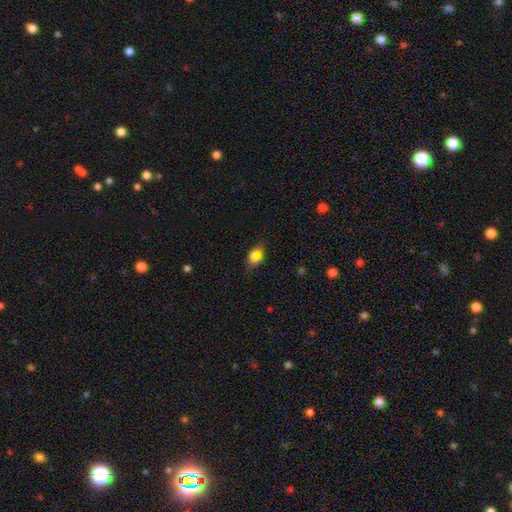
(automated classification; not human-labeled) Morphology: type=smooth (61%); roundness=in between (84%); merging=none (80%).